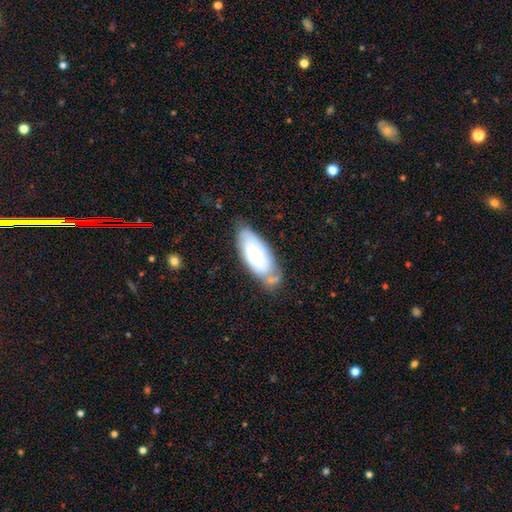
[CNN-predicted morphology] This appears to be a smooth galaxy with no disk features (55%) that is in between round and cigar-shaped (80%). Merging: none (52%).